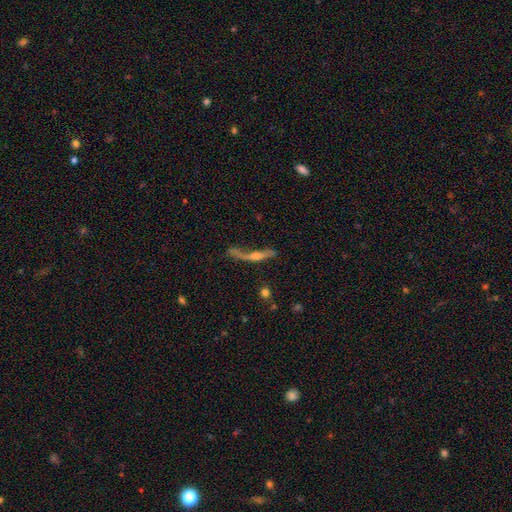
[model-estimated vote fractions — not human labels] Smooth or featured? Predicted: featured or disk (p=0.65). Edge-on disk? Predicted: yes (p=0.64). Merging? Predicted: none (p=0.40).